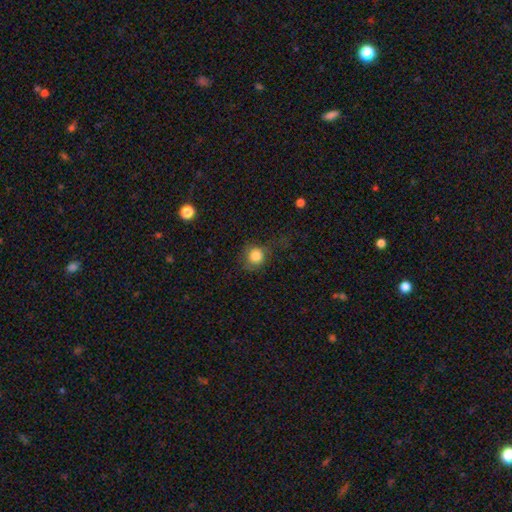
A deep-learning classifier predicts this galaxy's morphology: Q: Smooth or featured?
A: smooth (83%); runner-up: star or artifact (10%)
Q: How rounded?
A: round (83%); runner-up: in between (16%)
Q: Merging?
A: none (57%); runner-up: minor disturbance (25%)